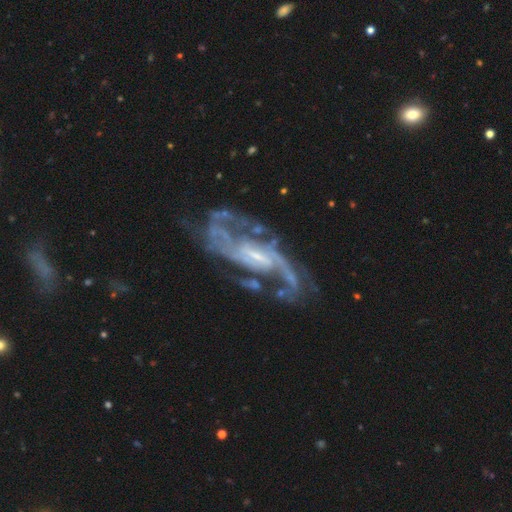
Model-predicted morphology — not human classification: Smooth or featured?
  - featured or disk: 89% *
  - star or artifact: 6%
  - smooth: 5%
Edge-on disk?
  - no: 95% *
  - yes: 5%
Bar?
  - weak: 44% *
  - no: 33%
  - strong: 23%
Spiral arms?
  - yes: 94% *
  - no: 6%
Spiral winding?
  - medium: 47% *
  - loose: 34%
  - tight: 19%
Spiral arm count?
  - 2: 52% *
  - can't tell: 17%
  - 3: 15%
  - 4: 6%
  - 1: 5%
  - more than 4: 5%
Bulge size?
  - small: 65% *
  - moderate: 20%
  - none: 12%
  - large: 2%
  - dominant: 1%
Merging?
  - none: 51% *
  - major disturbance: 25%
  - minor disturbance: 18%
  - merger: 6%